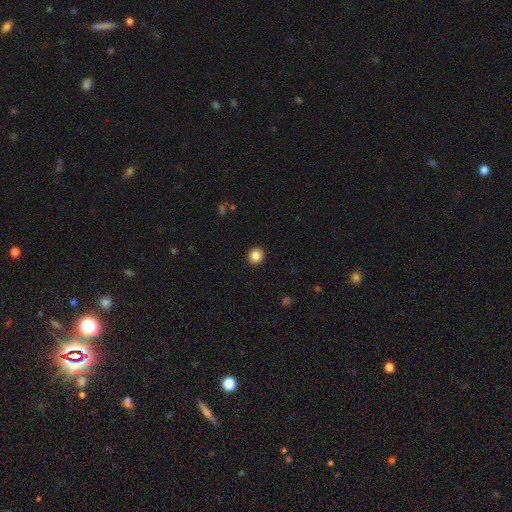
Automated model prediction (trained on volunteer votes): Smooth or featured: smooth — 85% (star or artifact — 10%)
How rounded: round — 86% (in between — 13%)
Merging: none — 93% (minor disturbance — 5%)